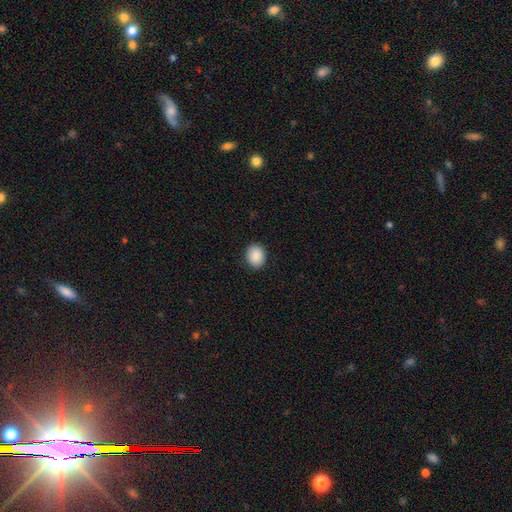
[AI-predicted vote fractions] Morphology: type=smooth (89%); roundness=round (50%); merging=none (89%).